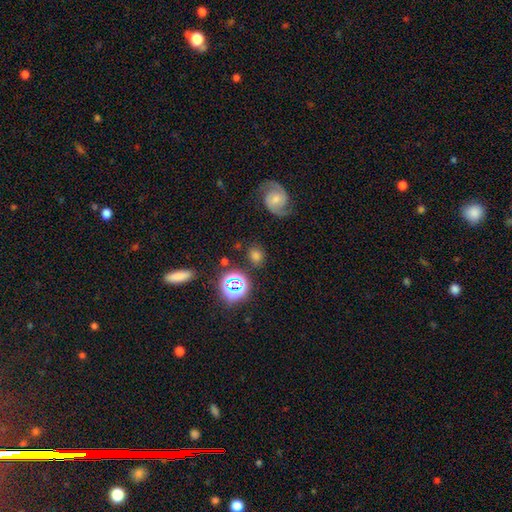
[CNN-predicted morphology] Smooth or featured? smooth (54%)
How rounded? round (68%)
Merging? none (78%)